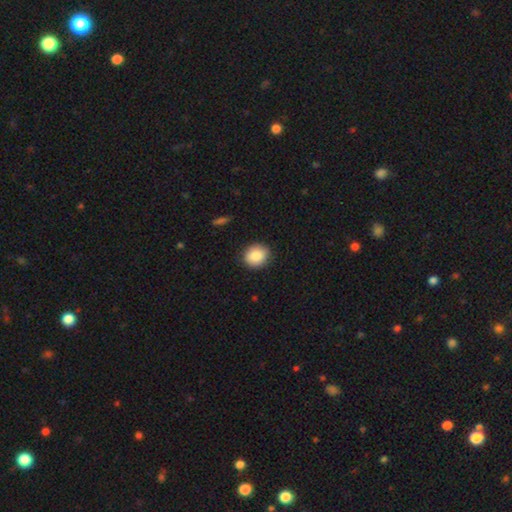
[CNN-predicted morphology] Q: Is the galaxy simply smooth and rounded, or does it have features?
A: smooth — 87%.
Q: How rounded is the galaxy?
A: round — 74%.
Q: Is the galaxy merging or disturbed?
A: none — 88%.